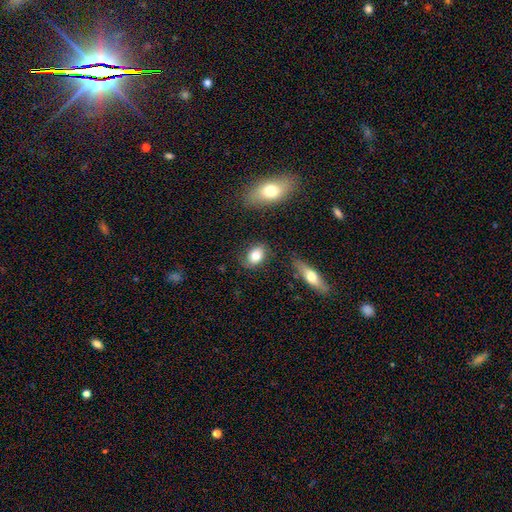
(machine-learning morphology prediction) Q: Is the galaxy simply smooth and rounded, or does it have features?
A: smooth — 78%.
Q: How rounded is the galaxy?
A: in between — 72%.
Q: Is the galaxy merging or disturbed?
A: none — 78%.